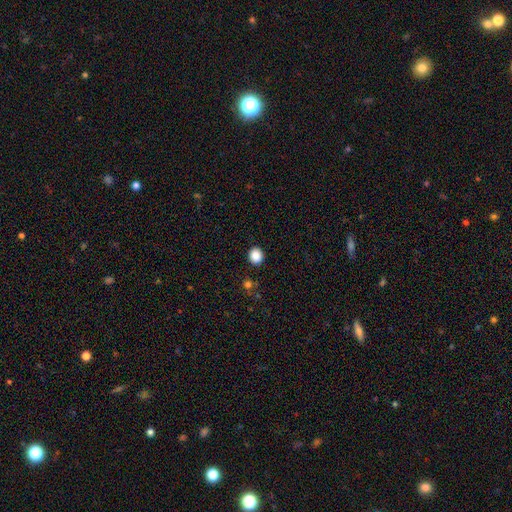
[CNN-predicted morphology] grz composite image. It shows a smooth galaxy with no disk features (86%) that is round (78%). Merging: none (90%).